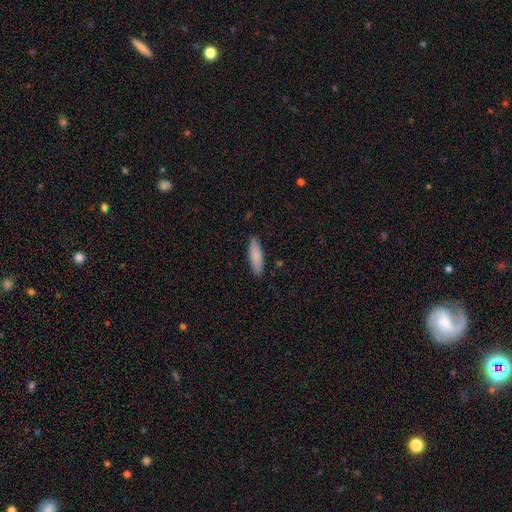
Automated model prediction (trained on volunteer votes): A smooth galaxy with no disk features (85%) that is cigar-shaped (60%). Merging: none (89%).